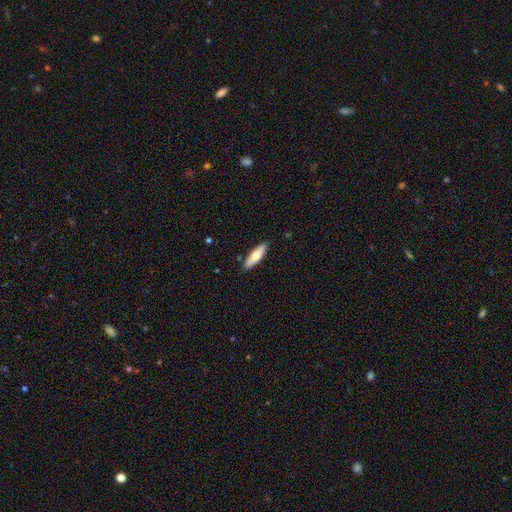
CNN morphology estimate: A smooth galaxy with no disk features (70%) that is cigar-shaped (52%).

Vote fractions:
- Smooth or featured? smooth: 70% / featured or disk: 24% / star or artifact: 6%
- How rounded? cigar-shaped: 52% / in between: 47% / round: 2%
- Merging? none: 86% / minor disturbance: 10% / major disturbance: 2% / merger: 1%